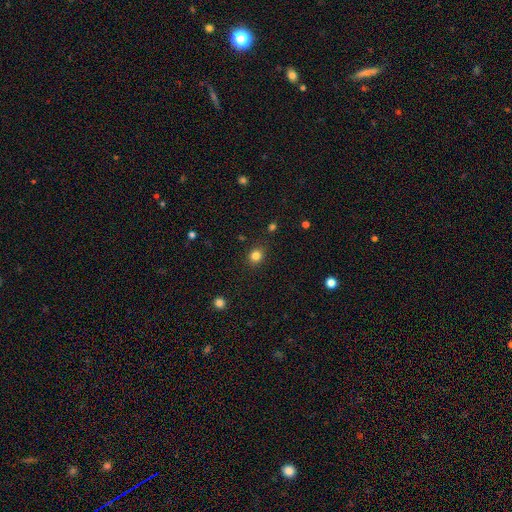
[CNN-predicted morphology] This appears to be a smooth galaxy with no disk features (83%) that is round (77%). Merging: none (87%).